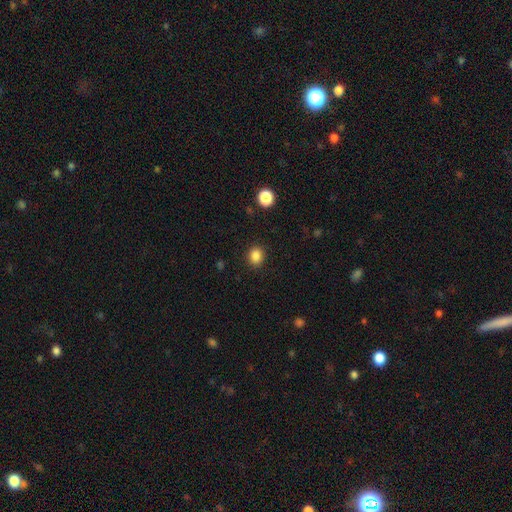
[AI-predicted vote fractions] Morphology: type=smooth (85%); roundness=round (70%); merging=none (90%).